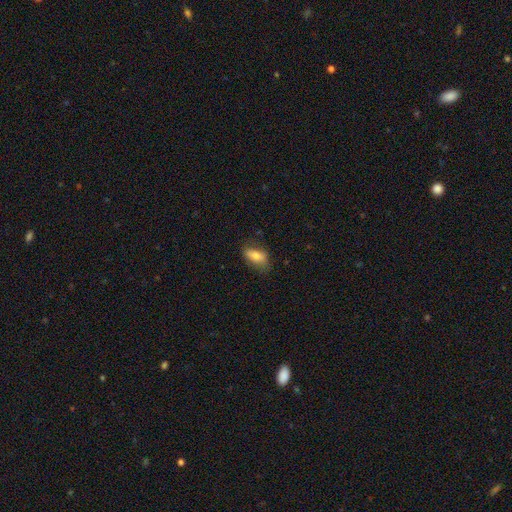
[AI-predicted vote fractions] Smooth or featured? smooth (77%)
How rounded? in between (82%)
Merging? none (70%)